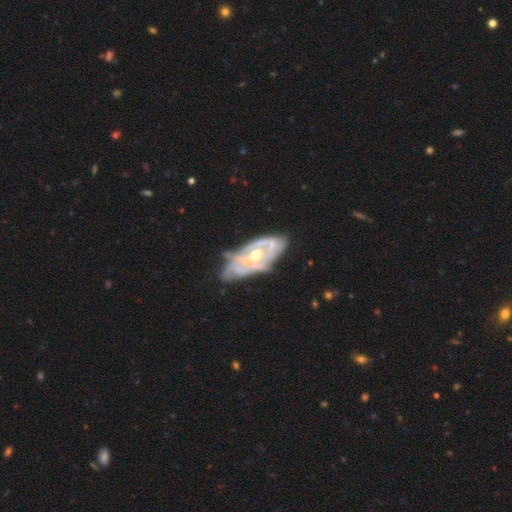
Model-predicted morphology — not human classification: Smooth or featured? Predicted: featured or disk (p=0.84). Edge-on disk? Predicted: no (p=0.92). Bar? Predicted: no (p=0.67). Spiral arms? Predicted: yes (p=0.79). Spiral winding? Predicted: tight (p=0.60). Spiral arm count? Predicted: can't tell (p=0.46). Bulge size? Predicted: moderate (p=0.73). Merging? Predicted: none (p=0.48).